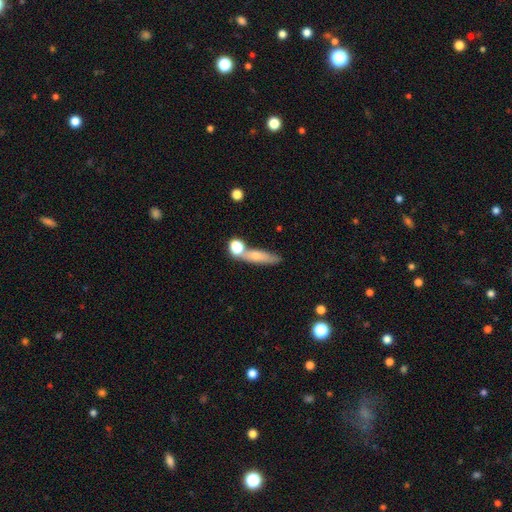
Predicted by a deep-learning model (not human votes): smooth-or-featured: smooth: 65% | featured or disk: 26% | star or artifact: 9%
  how-rounded: cigar-shaped: 62% | in between: 29% | round: 9%
  merging: none: 52% | merger: 27% | minor disturbance: 14% | major disturbance: 6%